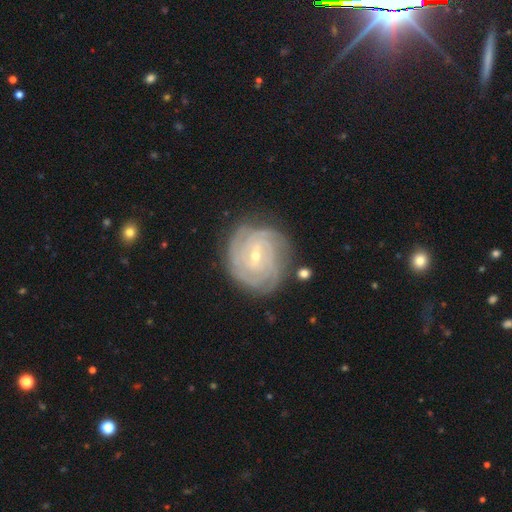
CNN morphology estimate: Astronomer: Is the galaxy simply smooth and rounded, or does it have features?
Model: featured or disk — 87%.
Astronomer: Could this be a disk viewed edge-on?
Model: no — 97%.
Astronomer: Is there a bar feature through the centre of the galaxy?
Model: weak — 48% (runner-up: no, 37%).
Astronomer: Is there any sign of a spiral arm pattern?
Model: yes — 97%.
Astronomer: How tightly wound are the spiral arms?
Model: tight — 81%.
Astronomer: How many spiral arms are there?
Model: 4 — 30% (runner-up: can't tell, 26%).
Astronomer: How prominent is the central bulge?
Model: small — 72%.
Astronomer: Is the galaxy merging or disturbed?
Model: none — 77%.